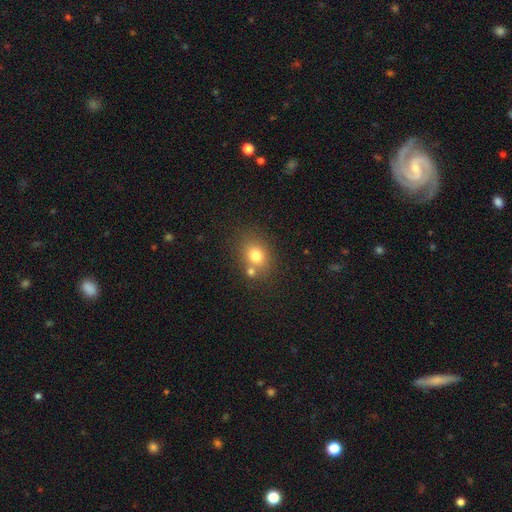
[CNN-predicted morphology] smooth 77%, star or artifact 12%, featured or disk 11%. Down the decision tree: how rounded — round (54%); merging — none (64%).